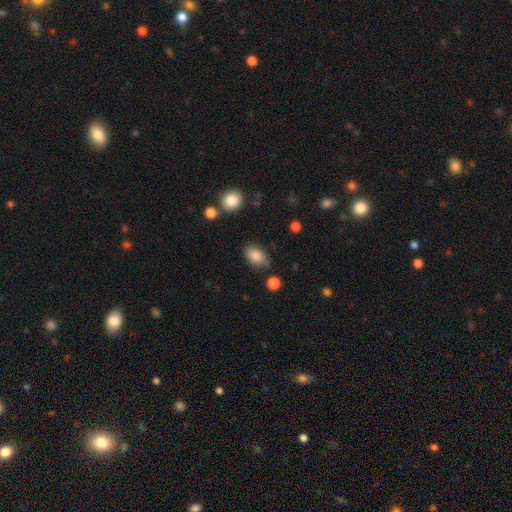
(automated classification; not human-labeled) smooth 85%, star or artifact 8%, featured or disk 7%. Down the decision tree: how rounded — in between (89%); merging — none (76%).